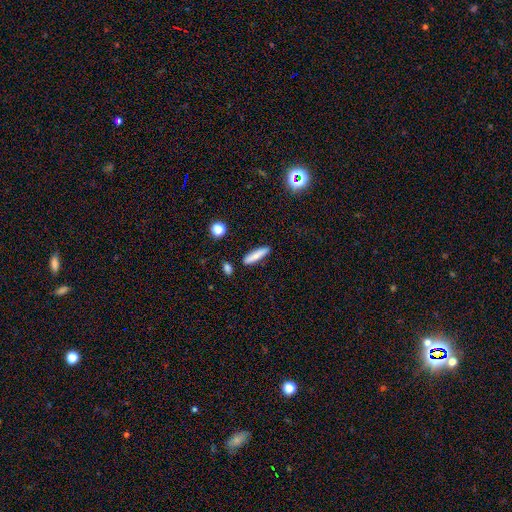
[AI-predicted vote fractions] Overall: smooth (75%). How rounded: cigar-shaped (77%). Merging: none (86%).